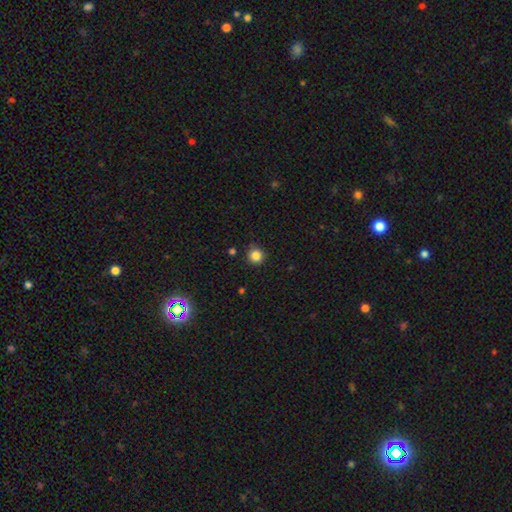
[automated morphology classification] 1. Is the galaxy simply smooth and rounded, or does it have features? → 84% smooth, 12% star or artifact, 4% featured or disk.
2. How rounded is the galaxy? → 92% round, 7% in between, 1% cigar-shaped.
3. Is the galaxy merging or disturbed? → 87% none, 9% minor disturbance, 2% major disturbance, 2% merger.